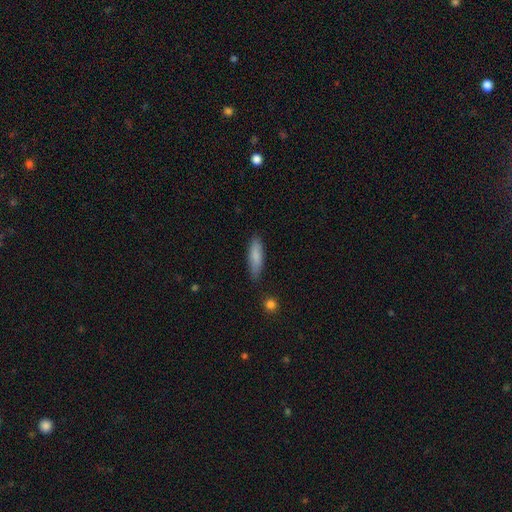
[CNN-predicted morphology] A smooth galaxy with no disk features (82%) that is cigar-shaped (62%).

Vote fractions:
- Smooth or featured? smooth: 82% / featured or disk: 12% / star or artifact: 6%
- How rounded? cigar-shaped: 62% / in between: 36% / round: 2%
- Merging? none: 81% / minor disturbance: 15% / major disturbance: 3% / merger: 2%